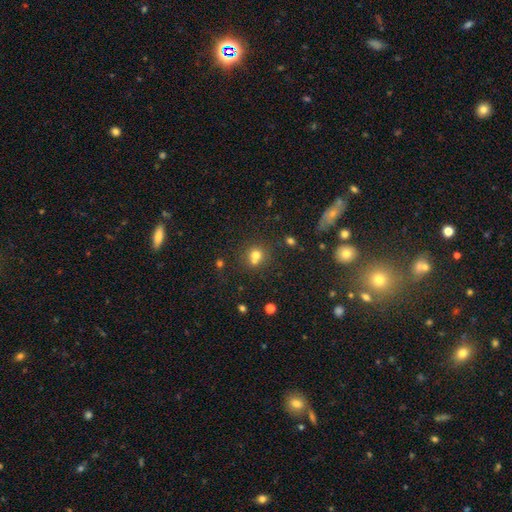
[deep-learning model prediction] This is likely a smooth galaxy (71%). How rounded: clearly round (82%). Merging: possibly none (50%).